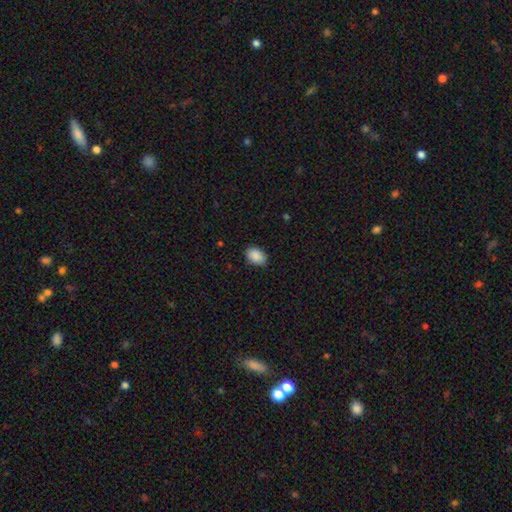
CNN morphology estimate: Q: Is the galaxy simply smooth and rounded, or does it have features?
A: smooth — 90%.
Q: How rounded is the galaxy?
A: in between — 85%.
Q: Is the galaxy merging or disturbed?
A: none — 85%.